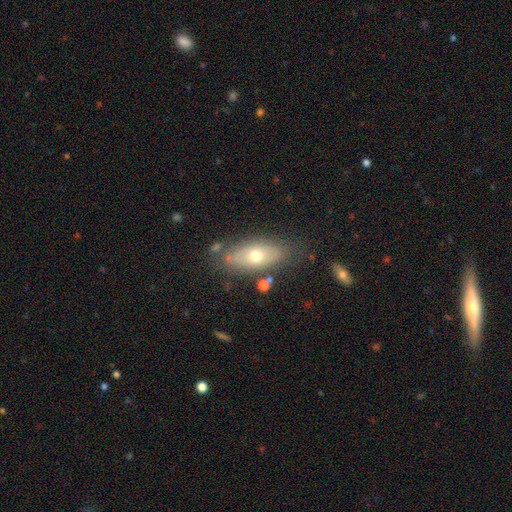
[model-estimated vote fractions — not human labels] This is possibly a smooth galaxy (56%). How rounded: likely in between (78%). Merging: likely none (72%).